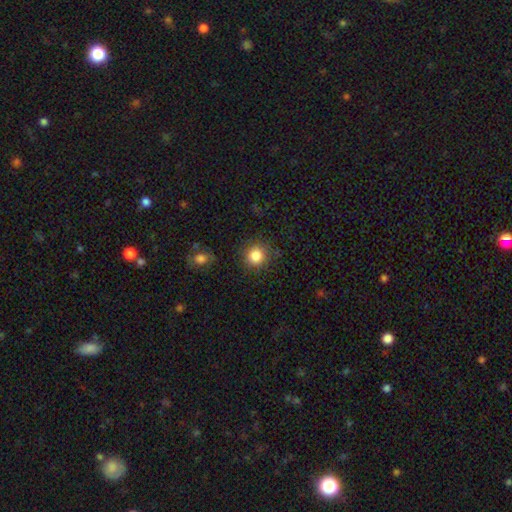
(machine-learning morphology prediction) smooth_or_featured: smooth (p=0.84) [alt: star or artifact p=0.11]
how_rounded: round (p=0.92) [alt: in between p=0.07]
merging: none (p=0.86) [alt: minor disturbance p=0.09]